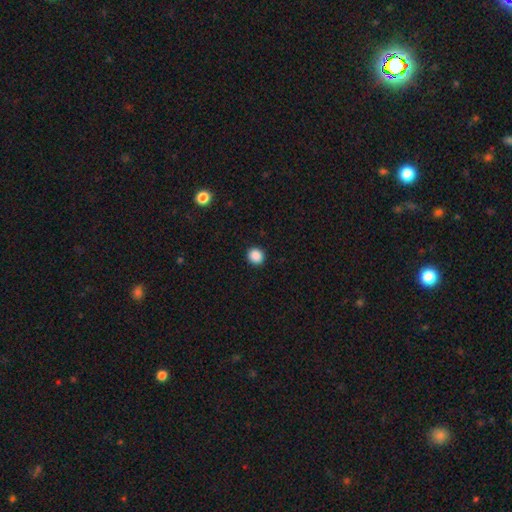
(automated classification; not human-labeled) A smooth galaxy with no disk features (88%) that is round (86%). Merging: none (92%).